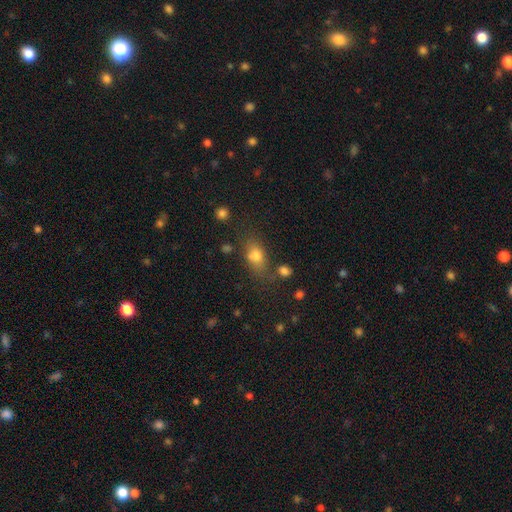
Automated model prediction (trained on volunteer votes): smooth_or_featured: smooth (p=0.76) [alt: star or artifact p=0.12]
how_rounded: in between (p=0.74) [alt: round p=0.21]
merging: none (p=0.61) [alt: minor disturbance p=0.20]